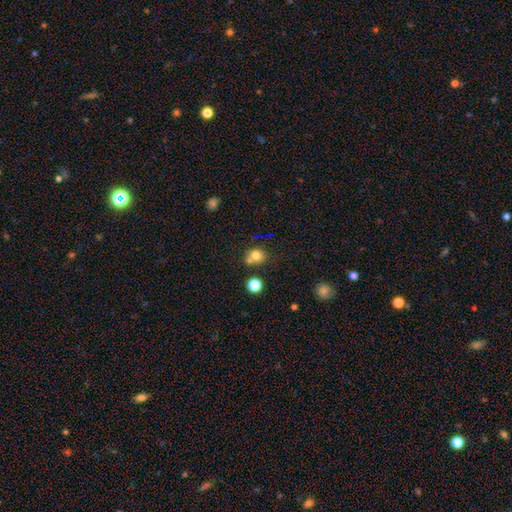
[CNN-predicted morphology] Smooth or featured? Predicted: smooth (p=0.76). How rounded? Predicted: round (p=0.80). Merging? Predicted: none (p=0.56).